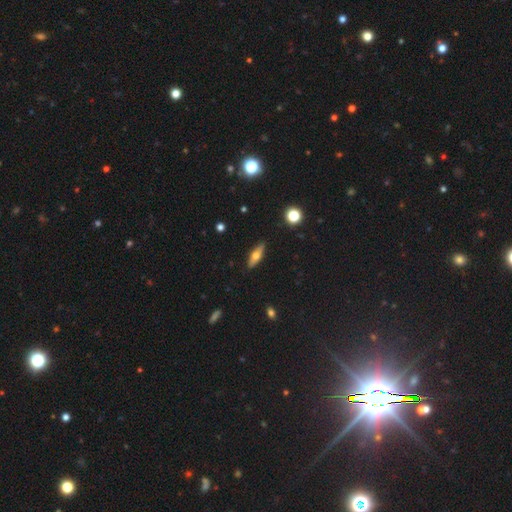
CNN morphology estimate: The model was most divided on "how rounded": in between: 49%, cigar-shaped: 47%, round: 3%. More confident: merging — none (88%); smooth or featured — smooth (55%).